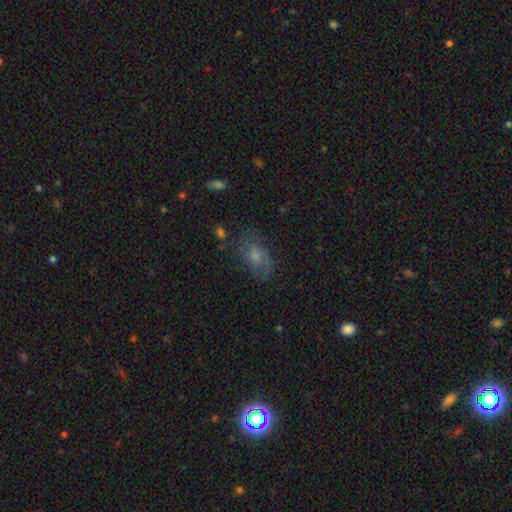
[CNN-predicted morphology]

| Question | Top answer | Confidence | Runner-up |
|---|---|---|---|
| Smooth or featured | smooth | 47% | featured or disk (40%) |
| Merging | none | 65% | minor disturbance (21%) |